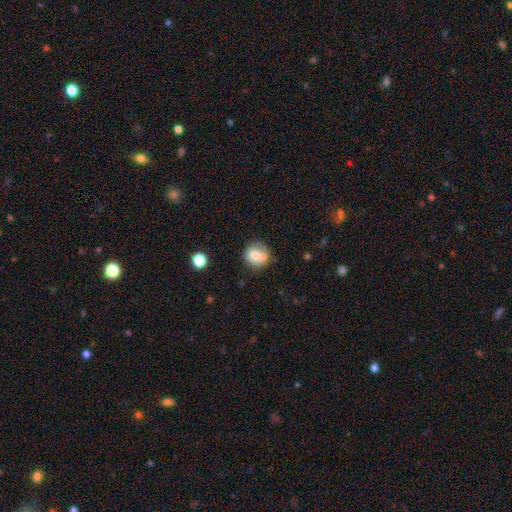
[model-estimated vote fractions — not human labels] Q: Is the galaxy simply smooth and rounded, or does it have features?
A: smooth — 73%.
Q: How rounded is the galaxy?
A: round — 84%.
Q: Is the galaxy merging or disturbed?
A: none — 58%.